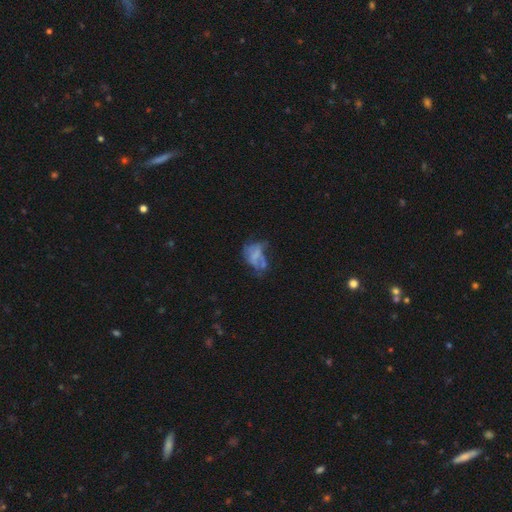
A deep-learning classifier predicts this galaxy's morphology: A featured or disk galaxy (51%). Merging: major disturbance (38%).